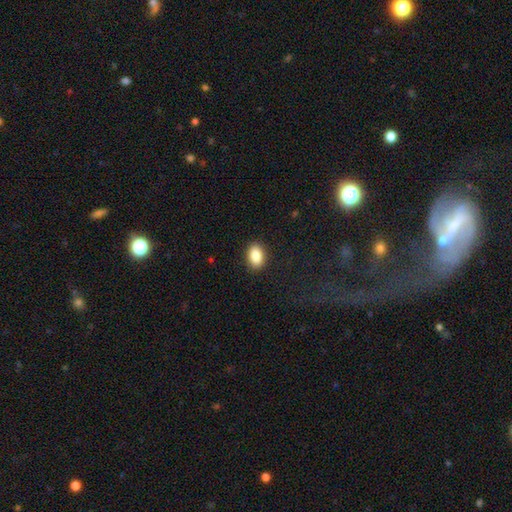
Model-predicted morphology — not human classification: smooth_or_featured: smooth (p=0.88) [alt: star or artifact p=0.08]
how_rounded: in between (p=0.87) [alt: round p=0.11]
merging: none (p=0.89) [alt: minor disturbance p=0.08]